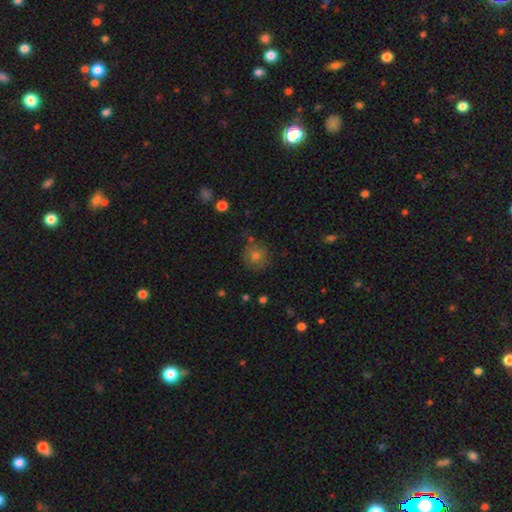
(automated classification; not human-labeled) A smooth galaxy with no disk features (72%) that is round (90%). Merging: none (74%).